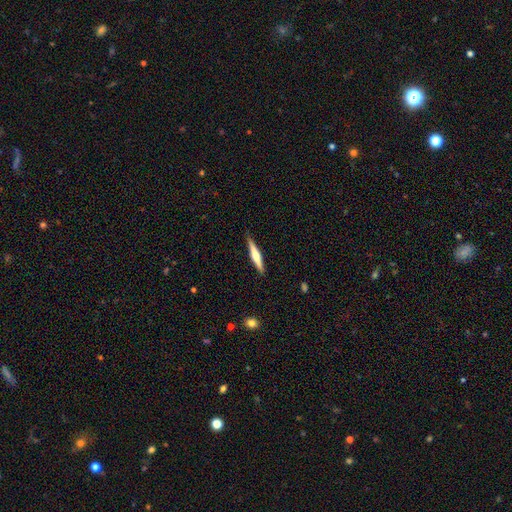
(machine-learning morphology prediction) Smooth or featured?
  - featured or disk: 55% *
  - smooth: 40%
  - star or artifact: 5%
Edge-on disk?
  - yes: 97% *
  - no: 3%
Edge-on bulge?
  - rounded: 78% *
  - none: 11%
  - boxy: 11%
Merging?
  - none: 88% *
  - minor disturbance: 9%
  - major disturbance: 2%
  - merger: 1%